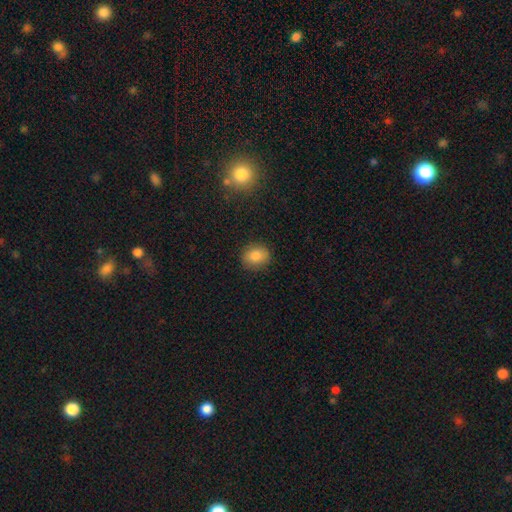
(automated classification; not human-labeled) A smooth galaxy with no disk features (84%) that is round (60%). Merging: none (87%).